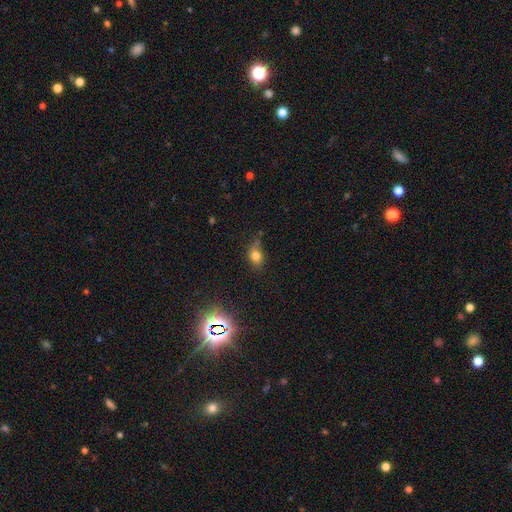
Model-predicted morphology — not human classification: Smooth or featured? smooth (75%)
How rounded? in between (58%)
Merging? none (50%)